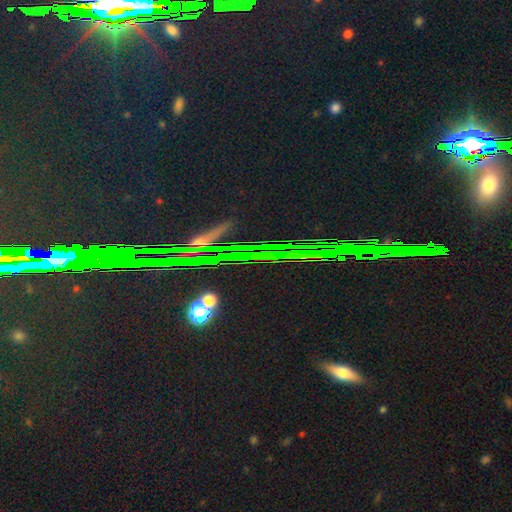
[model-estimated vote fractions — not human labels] A star or artifact, not a galaxy (83%).

Vote fractions:
- Smooth or featured? star or artifact: 83% / smooth: 9% / featured or disk: 8%